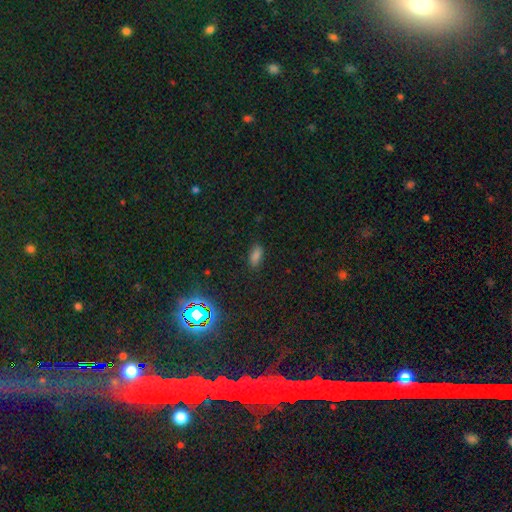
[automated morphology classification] This is likely a smooth galaxy (72%). How rounded: clearly in between (84%). Merging: clearly none (86%).